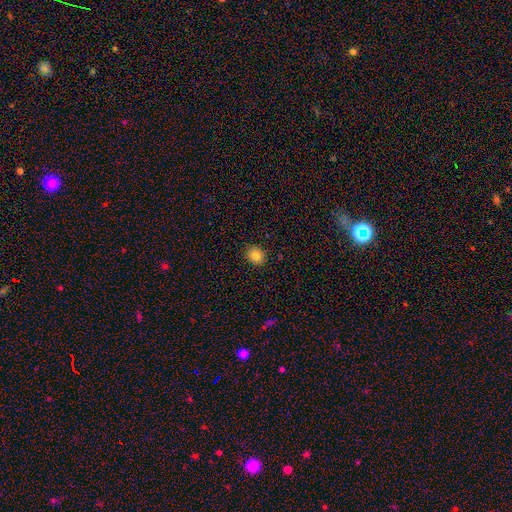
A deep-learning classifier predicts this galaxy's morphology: Smooth or featured: smooth — 82% (star or artifact — 11%)
How rounded: round — 74% (in between — 25%)
Merging: none — 90% (minor disturbance — 7%)